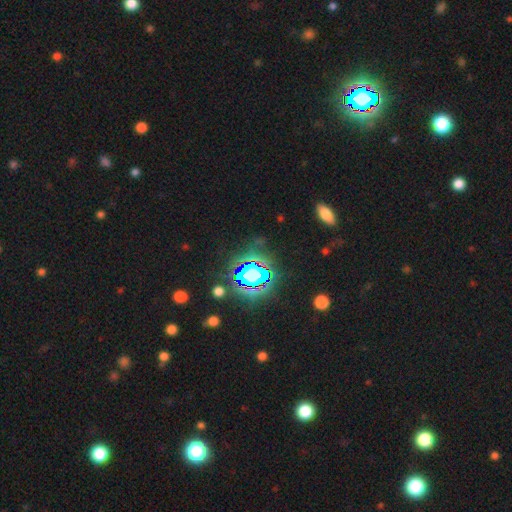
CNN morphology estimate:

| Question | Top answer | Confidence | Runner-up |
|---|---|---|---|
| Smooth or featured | star or artifact | 83% | smooth (11%) |